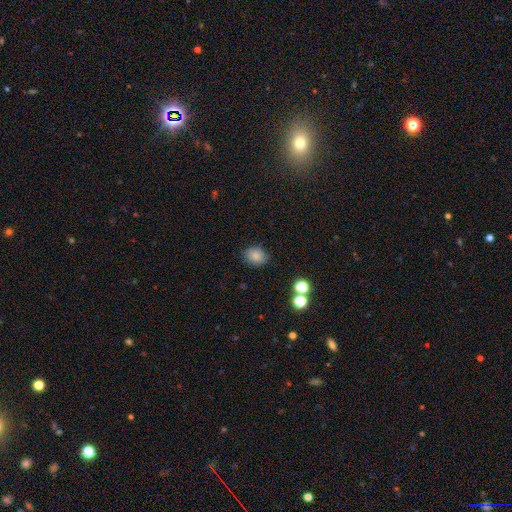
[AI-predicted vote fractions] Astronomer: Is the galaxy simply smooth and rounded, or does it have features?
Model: smooth — 83%.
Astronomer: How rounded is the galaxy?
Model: round — 53% (runner-up: in between, 46%).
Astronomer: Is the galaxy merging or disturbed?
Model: none — 80%.